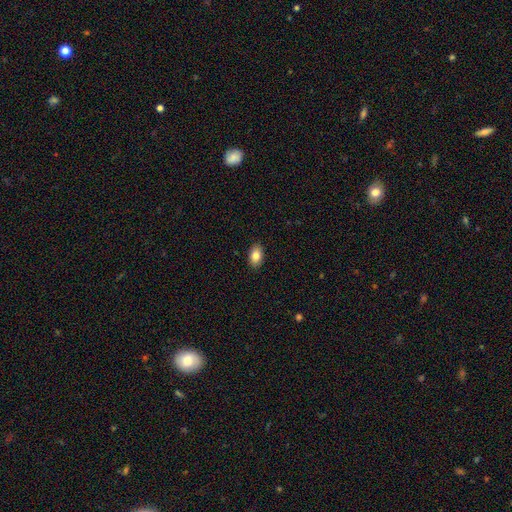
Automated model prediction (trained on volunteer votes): Overall: smooth (84%). How rounded: in between (90%). Merging: none (89%).